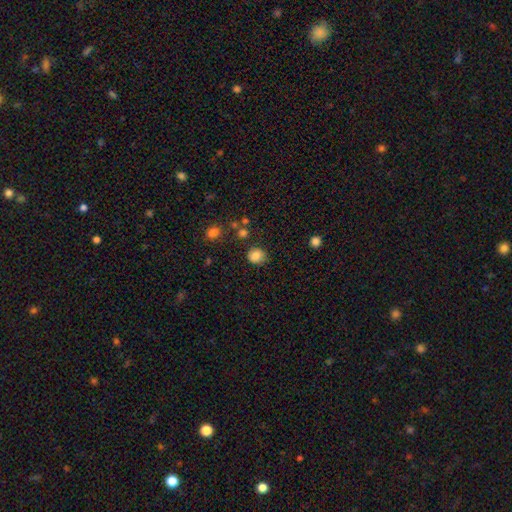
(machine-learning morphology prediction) smooth-or-featured: smooth: 84% | star or artifact: 11% | featured or disk: 5%
  how-rounded: round: 77% | in between: 22% | cigar-shaped: 1%
  merging: none: 75% | minor disturbance: 17% | major disturbance: 4% | merger: 4%